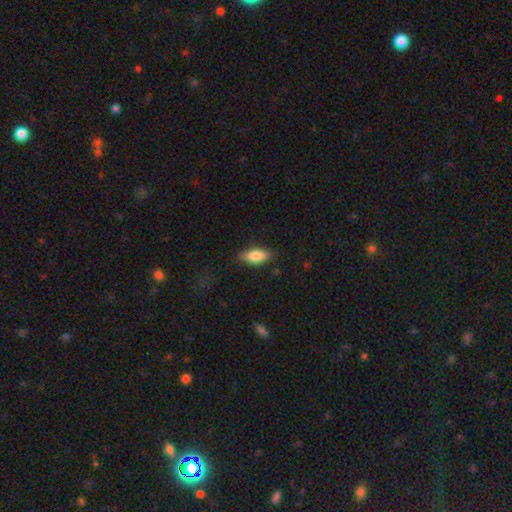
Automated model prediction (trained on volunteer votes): smooth_or_featured: smooth (p=0.79) [alt: featured or disk p=0.14]
how_rounded: in between (p=0.83) [alt: cigar-shaped p=0.14]
merging: none (p=0.80) [alt: minor disturbance p=0.15]